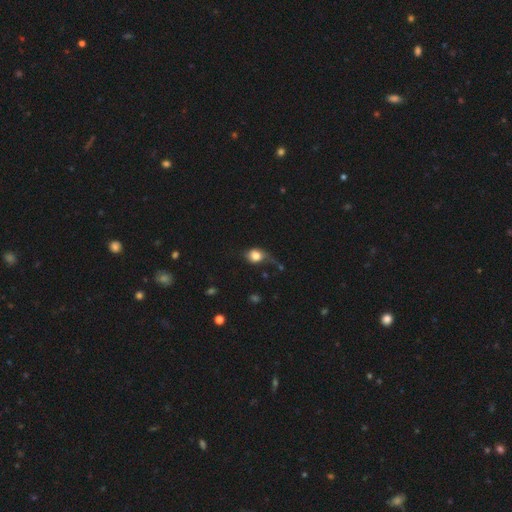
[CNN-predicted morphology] Overall: smooth (76%). How rounded: round (62%; in between 36%). Merging: none (38%; minor disturbance 30%).